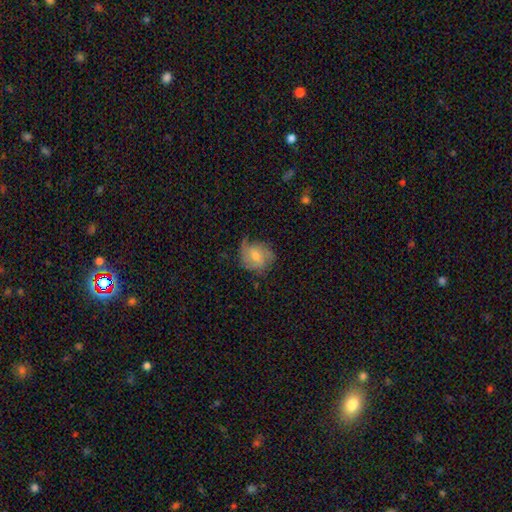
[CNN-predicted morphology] Overall: featured or disk (51%; smooth 39%). Edge-on disk: no (96%). Merging: none (61%; minor disturbance 27%).